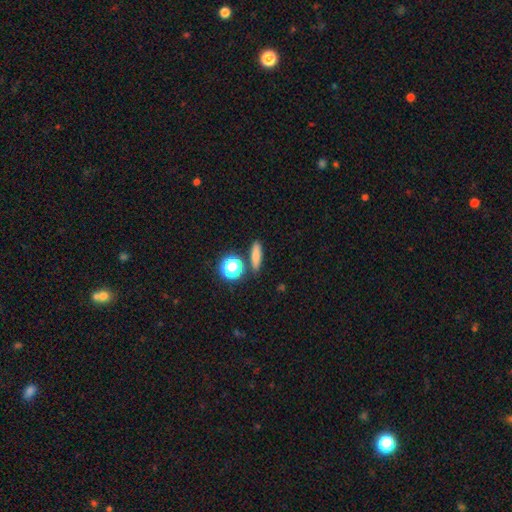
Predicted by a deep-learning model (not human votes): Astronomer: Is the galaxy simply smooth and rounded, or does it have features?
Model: smooth — 78%.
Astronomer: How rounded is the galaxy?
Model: cigar-shaped — 53%.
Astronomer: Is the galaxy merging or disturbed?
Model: none — 82%.